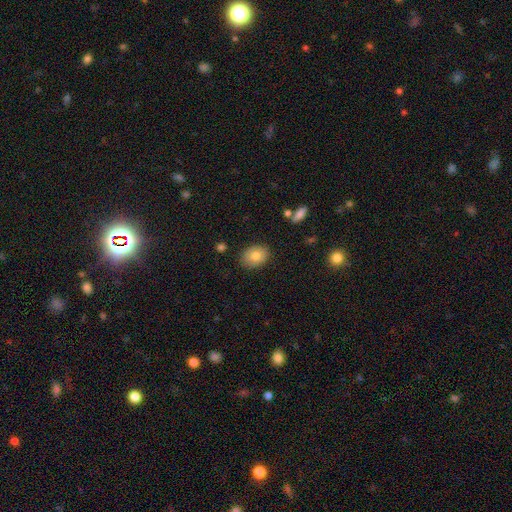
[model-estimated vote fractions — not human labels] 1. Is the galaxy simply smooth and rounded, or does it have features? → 78% smooth, 13% featured or disk, 8% star or artifact.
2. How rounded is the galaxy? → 66% in between, 33% round, 1% cigar-shaped.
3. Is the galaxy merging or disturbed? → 85% none, 11% minor disturbance, 2% major disturbance, 2% merger.